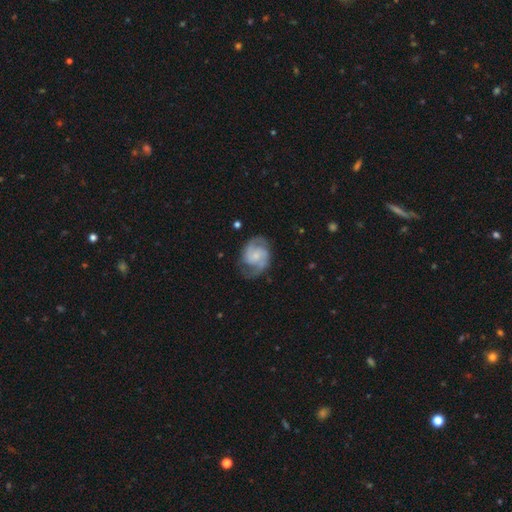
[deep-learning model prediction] A featured or disk galaxy (84%) with no bar (54%), 2 (88%) medium (55%) spiral arms (96%) and a small central bulge (53%).

Vote fractions:
- Smooth or featured? featured or disk: 84% / smooth: 10% / star or artifact: 5%
- Edge-on disk? no: 98% / yes: 2%
- Bar? no: 54% / weak: 38% / strong: 8%
- Spiral arms? yes: 96% / no: 4%
- Spiral winding? medium: 55% / tight: 28% / loose: 17%
- Spiral arm count? 2: 88% / can't tell: 5% / 3: 3% / 1: 2% / 4: 1% / more than 4: 1%
- Bulge size? small: 53% / moderate: 24% / none: 18% / large: 4% / dominant: 1%
- Merging? none: 73% / minor disturbance: 18% / major disturbance: 8% / merger: 1%